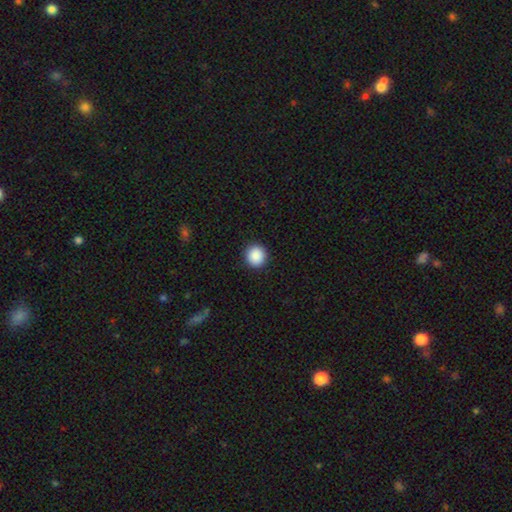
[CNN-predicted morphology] Q: Smooth or featured?
A: smooth (89%); runner-up: star or artifact (9%)
Q: How rounded?
A: round (92%); runner-up: in between (7%)
Q: Merging?
A: none (92%); runner-up: minor disturbance (5%)